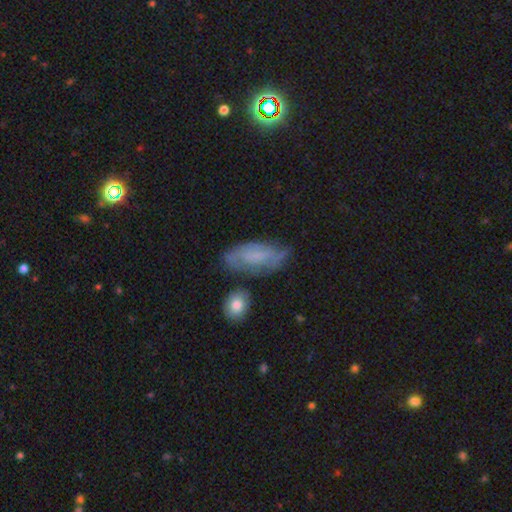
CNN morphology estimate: A featured or disk galaxy (49%).

Vote fractions:
- Smooth or featured? featured or disk: 49% / smooth: 40% / star or artifact: 12%
- Merging? none: 65% / minor disturbance: 23% / major disturbance: 8% / merger: 5%